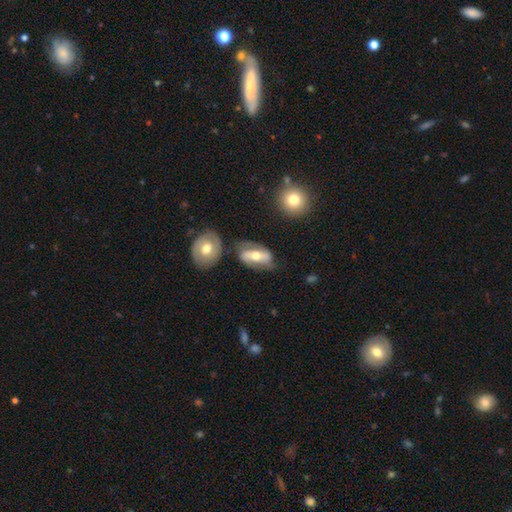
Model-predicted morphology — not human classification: type=featured or disk (60%); edge-on=no (88%); bar=strong (45%); spiral arms=yes (71%); bulge=moderate (72%); merging=none (59%).